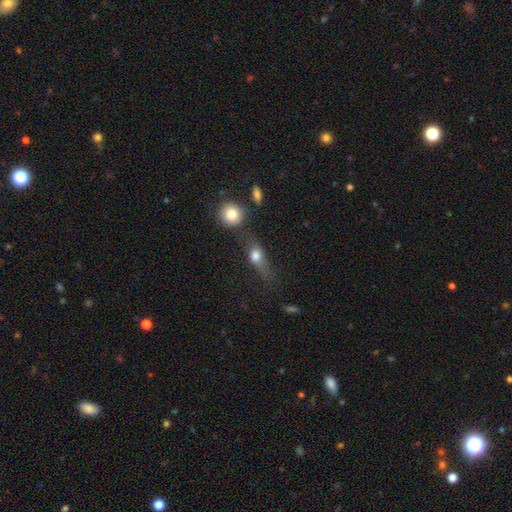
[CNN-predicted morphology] Smooth or featured: smooth — 71% (featured or disk — 19%)
How rounded: in between — 55% (round — 29%)
Merging: none — 39% (minor disturbance — 27%)